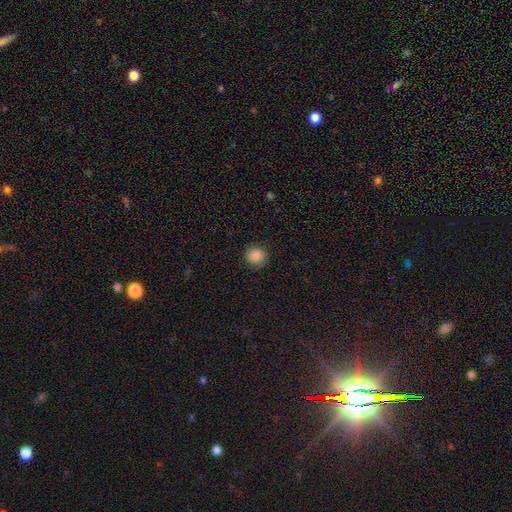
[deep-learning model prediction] smooth_or_featured: smooth (p=0.86) [alt: star or artifact p=0.10]
how_rounded: round (p=0.89) [alt: in between p=0.10]
merging: none (p=0.86) [alt: minor disturbance p=0.10]